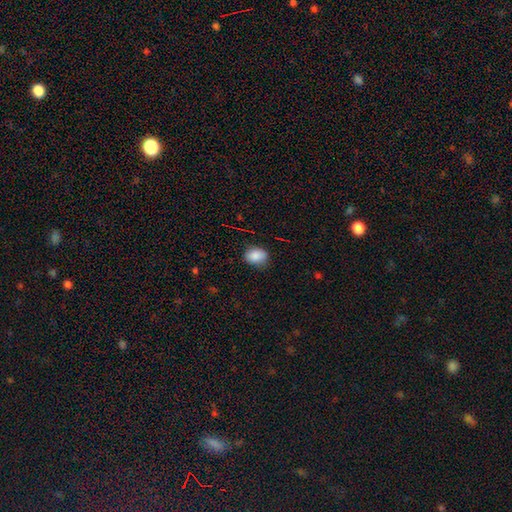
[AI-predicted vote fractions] smooth_or_featured: smooth (p=0.86) [alt: star or artifact p=0.08]
how_rounded: in between (p=0.63) [alt: round p=0.36]
merging: none (p=0.78) [alt: minor disturbance p=0.17]